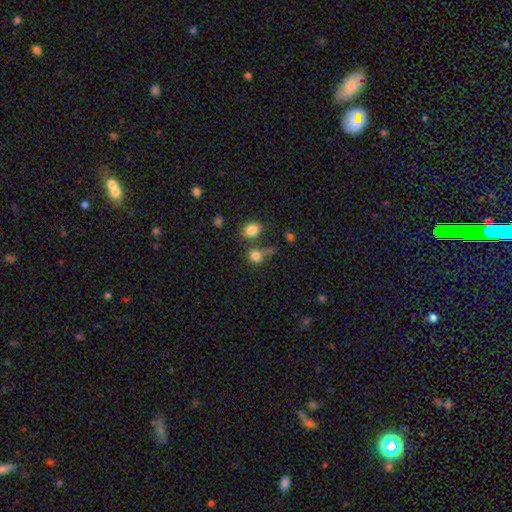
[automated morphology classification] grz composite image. It shows a smooth galaxy with no disk features (81%) that is round (74%). Merging: none (53%).